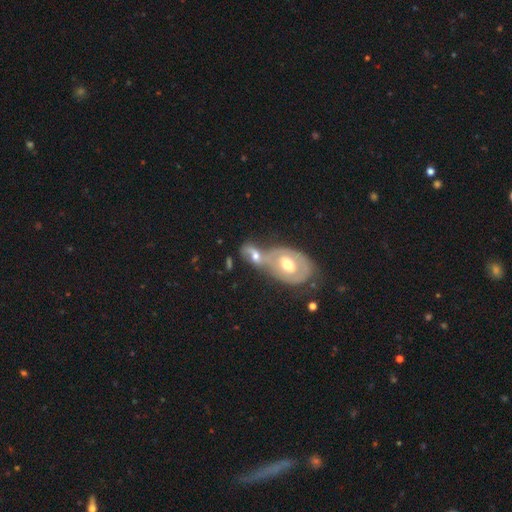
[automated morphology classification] featured or disk 55%, smooth 38%, star or artifact 7%. Down the decision tree: edge-on disk — no (91%); merging — merger (70%).